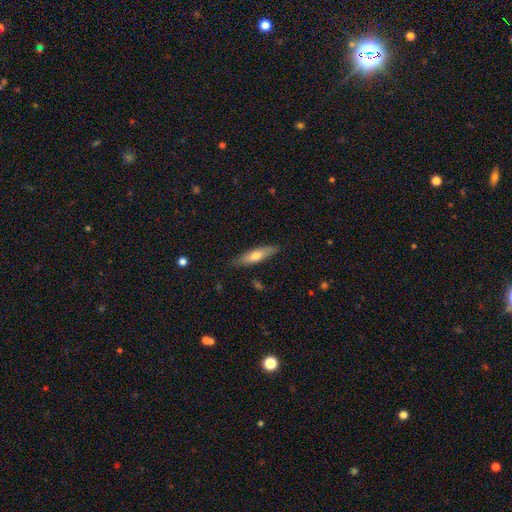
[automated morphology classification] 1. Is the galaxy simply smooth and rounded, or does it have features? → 64% smooth, 30% featured or disk, 6% star or artifact.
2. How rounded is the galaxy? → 64% cigar-shaped, 34% in between, 2% round.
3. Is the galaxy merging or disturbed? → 81% none, 15% minor disturbance, 3% major disturbance, 1% merger.